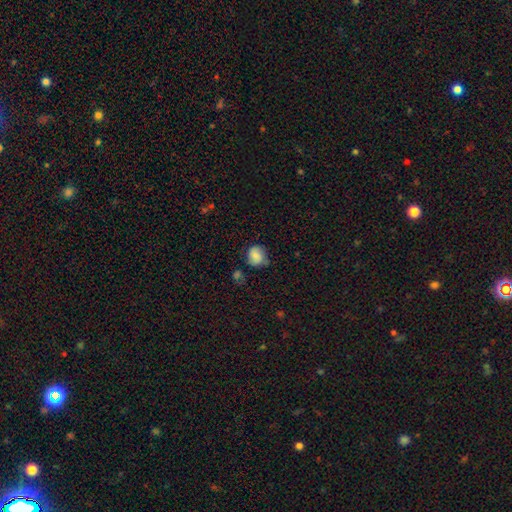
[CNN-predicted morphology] type=smooth (75%); roundness=round (69%); merging=none (58%).